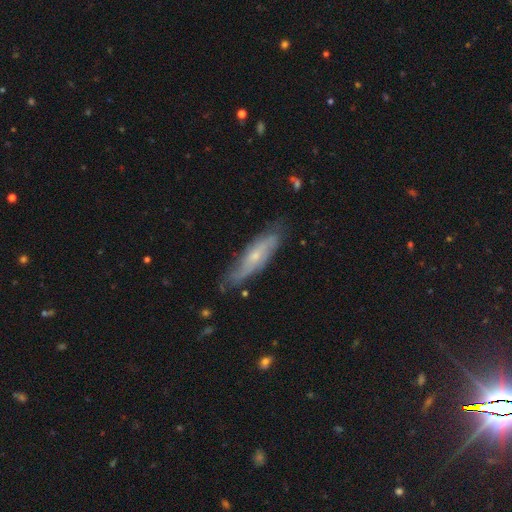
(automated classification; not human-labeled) A featured or disk galaxy (58%).

Vote fractions:
- Smooth or featured? featured or disk: 58% / smooth: 36% / star or artifact: 7%
- Edge-on disk? no: 62% / yes: 38%
- Merging? none: 65% / minor disturbance: 26% / major disturbance: 7% / merger: 2%